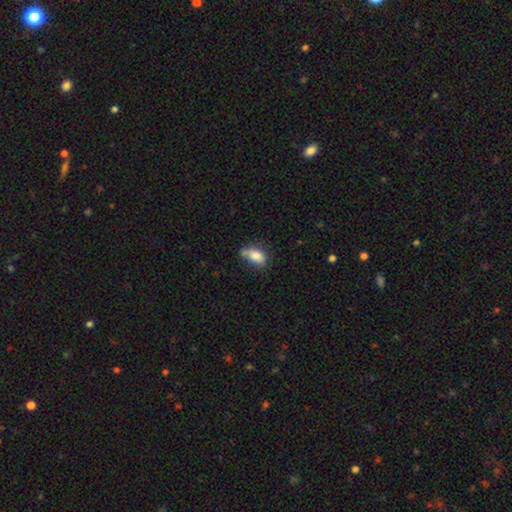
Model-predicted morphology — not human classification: type=smooth (80%); roundness=in between (85%); merging=none (43%).